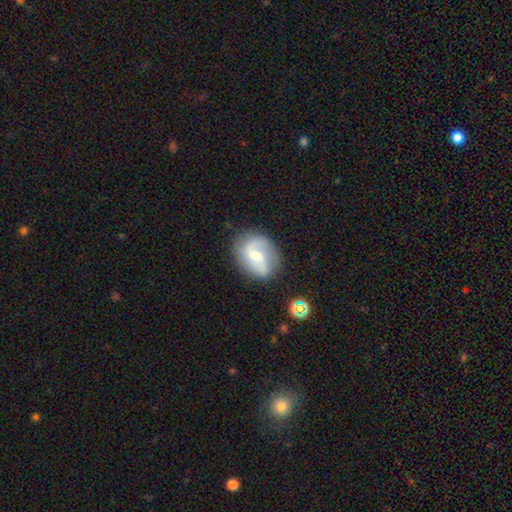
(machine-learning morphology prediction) Smooth or featured? featured or disk (70%)
Edge-on disk? no (98%)
Bar? weak (50%)
Spiral arms? yes (91%)
Spiral winding? loose (43%)
Spiral arm count? 2 (74%)
Bulge size? moderate (44%)
Merging? none (69%)